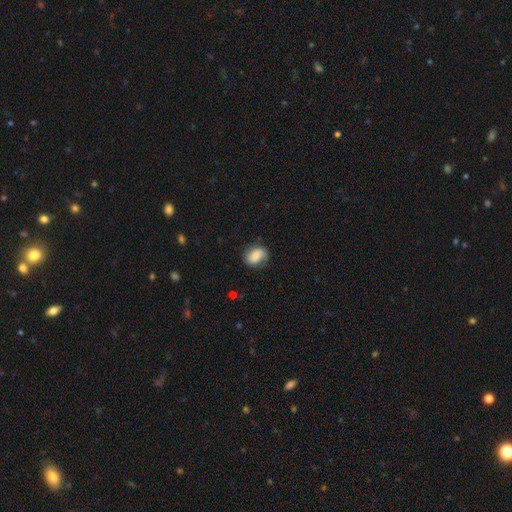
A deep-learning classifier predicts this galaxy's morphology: smooth_or_featured: smooth (p=0.60) [alt: featured or disk p=0.32]
how_rounded: in between (p=0.54) [alt: round p=0.45]
merging: none (p=0.75) [alt: minor disturbance p=0.19]